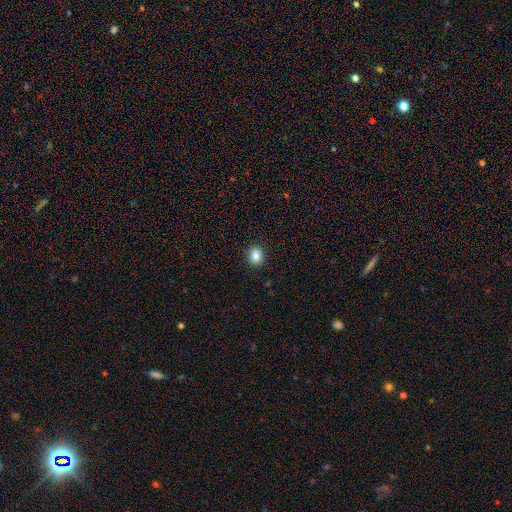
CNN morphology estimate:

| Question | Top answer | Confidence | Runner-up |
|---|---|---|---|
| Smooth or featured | smooth | 85% | star or artifact (10%) |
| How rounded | round | 65% | in between (34%) |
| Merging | none | 91% | minor disturbance (6%) |